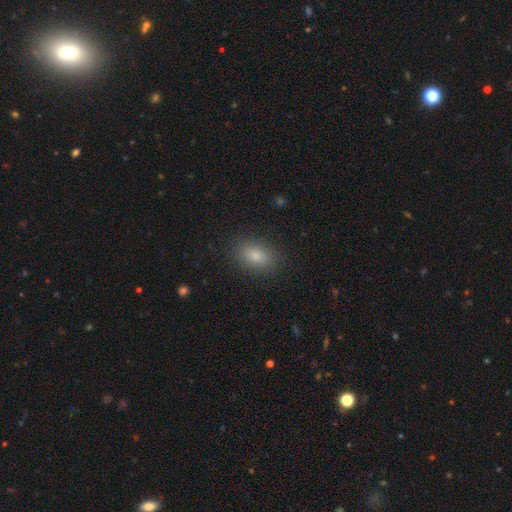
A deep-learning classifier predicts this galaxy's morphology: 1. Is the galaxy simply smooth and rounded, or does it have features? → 84% smooth, 9% star or artifact, 7% featured or disk.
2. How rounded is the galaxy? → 84% in between, 14% round, 2% cigar-shaped.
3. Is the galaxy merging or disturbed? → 87% none, 9% minor disturbance, 3% major disturbance, 1% merger.